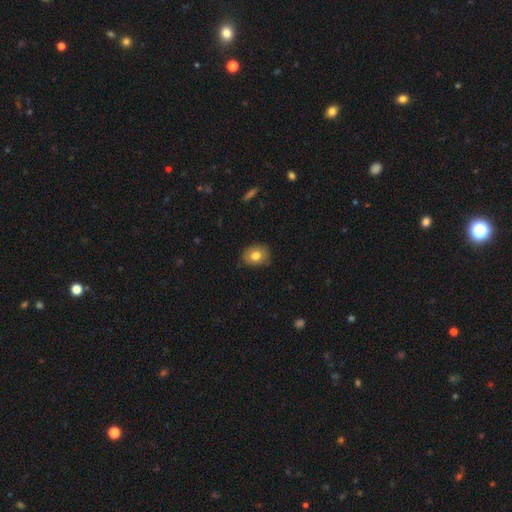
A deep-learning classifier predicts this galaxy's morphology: smooth_or_featured: smooth (p=0.77) [alt: featured or disk p=0.14]
how_rounded: in between (p=0.51) [alt: round p=0.48]
merging: none (p=0.81) [alt: minor disturbance p=0.16]